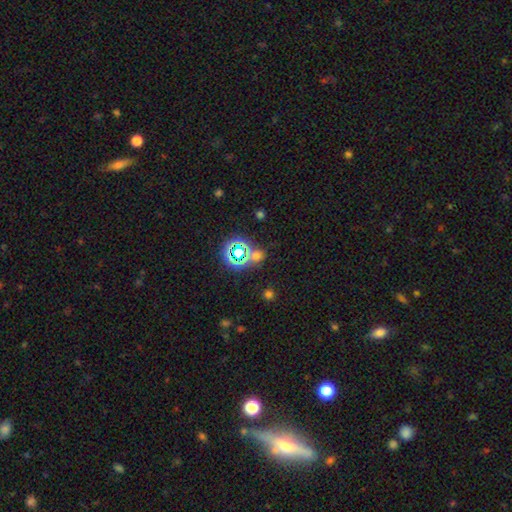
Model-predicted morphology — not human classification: Smooth or featured? star or artifact (53%)